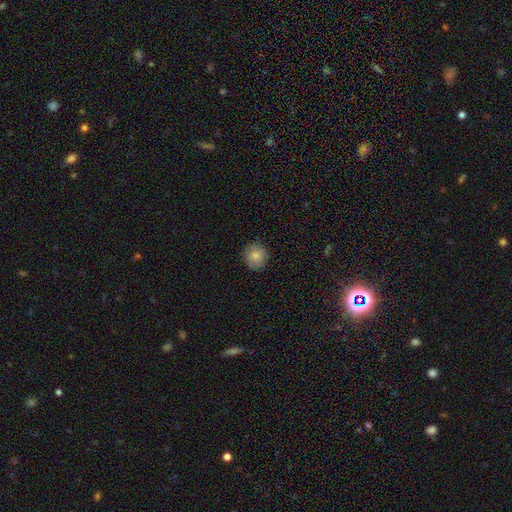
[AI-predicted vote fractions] Smooth or featured? smooth (83%)
How rounded? round (91%)
Merging? none (86%)